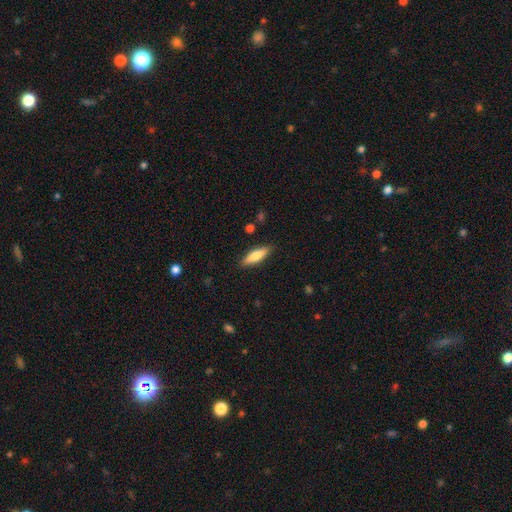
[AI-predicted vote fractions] smooth_or_featured: smooth (p=0.72) [alt: featured or disk p=0.23]
how_rounded: cigar-shaped (p=0.60) [alt: in between p=0.38]
merging: none (p=0.88) [alt: minor disturbance p=0.09]